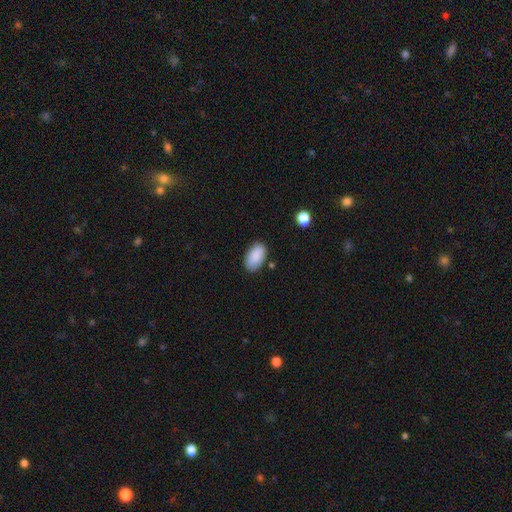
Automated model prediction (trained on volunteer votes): Smooth or featured? Predicted: smooth (p=0.88). How rounded? Predicted: in between (p=0.94). Merging? Predicted: none (p=0.81).